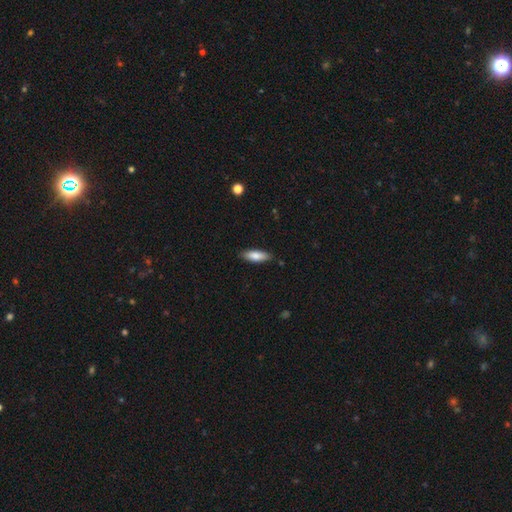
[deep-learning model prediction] Smooth or featured? Predicted: smooth (p=0.79). How rounded? Predicted: in between (p=0.58). Merging? Predicted: none (p=0.85).